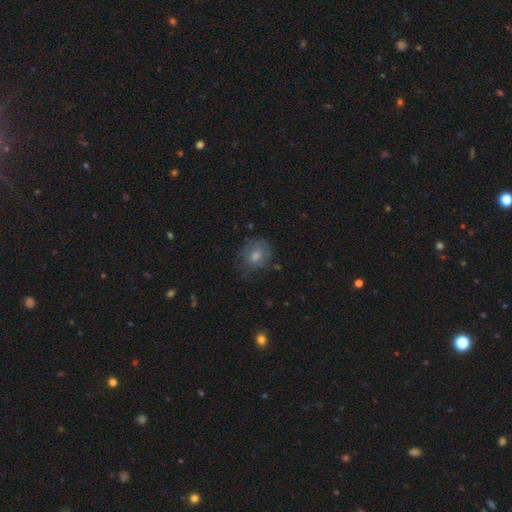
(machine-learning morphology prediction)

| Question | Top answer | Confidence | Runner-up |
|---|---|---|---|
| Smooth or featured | smooth | 57% | featured or disk (26%) |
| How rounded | round | 76% | in between (23%) |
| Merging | none | 72% | minor disturbance (19%) |